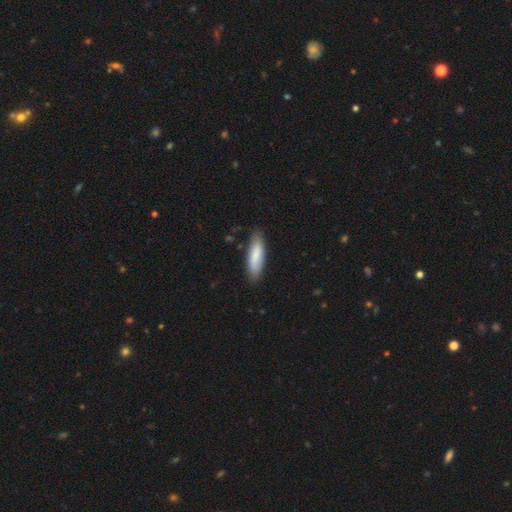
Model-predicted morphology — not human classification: Q: Smooth or featured?
A: smooth (79%); runner-up: featured or disk (16%)
Q: How rounded?
A: cigar-shaped (55%); runner-up: in between (43%)
Q: Merging?
A: none (83%); runner-up: minor disturbance (14%)